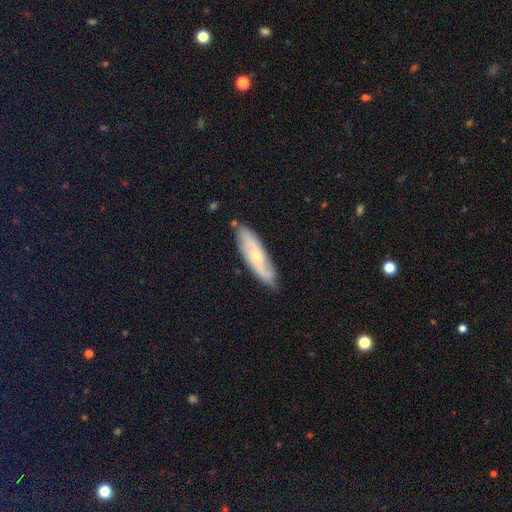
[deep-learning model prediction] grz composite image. It shows a featured or disk galaxy (64%). Merging: none (79%).